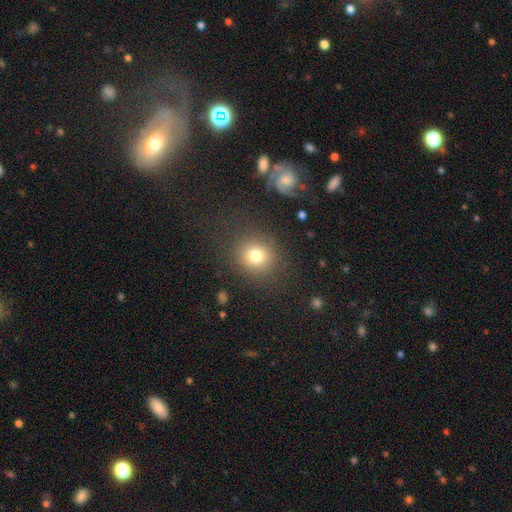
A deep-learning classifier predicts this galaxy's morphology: smooth-or-featured: smooth: 77% | star or artifact: 13% | featured or disk: 10%
  how-rounded: round: 83% | in between: 16% | cigar-shaped: 1%
  merging: none: 84% | minor disturbance: 9% | major disturbance: 6% | merger: 2%